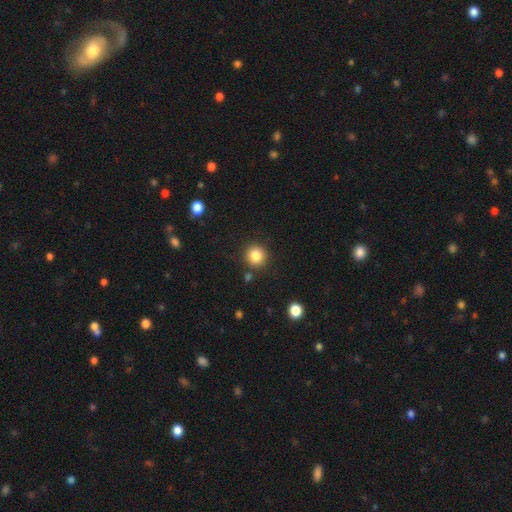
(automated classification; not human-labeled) Overall: smooth (84%). How rounded: round (93%). Merging: none (87%).